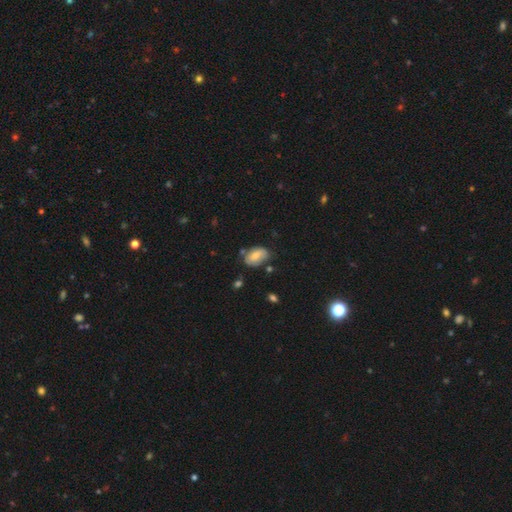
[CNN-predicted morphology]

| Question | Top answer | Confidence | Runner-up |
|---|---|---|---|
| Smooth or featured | smooth | 65% | featured or disk (27%) |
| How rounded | in between | 89% | round (10%) |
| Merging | none | 64% | minor disturbance (25%) |